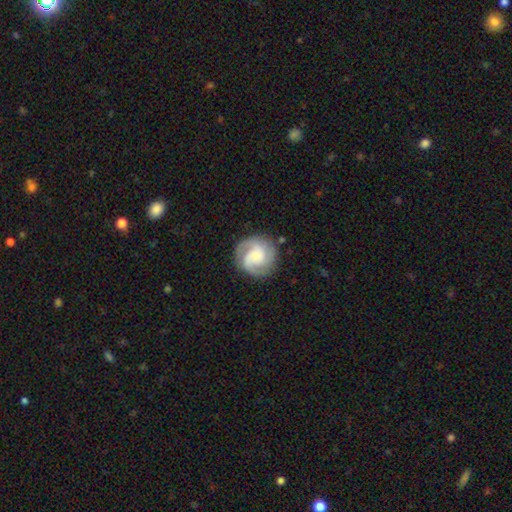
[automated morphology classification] type=featured or disk (79%); edge-on=no (98%); bar=no (61%); spiral arms=yes (97%); winding=tight (45%, tied with medium); arm count=2 (46%); bulge=small (50%); merging=none (81%).